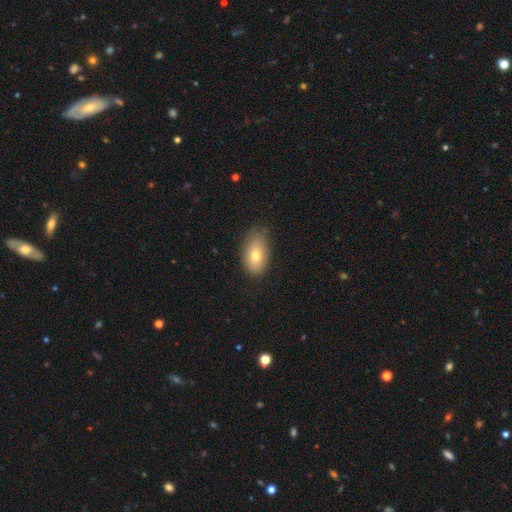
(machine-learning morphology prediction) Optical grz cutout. It shows a smooth galaxy with no disk features (75%) that is in between round and cigar-shaped (89%). Merging: none (74%).